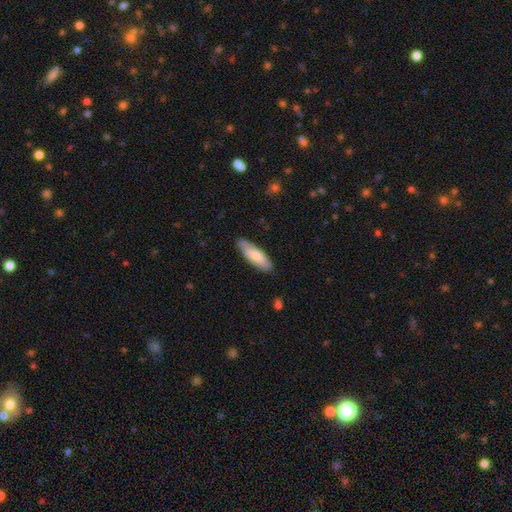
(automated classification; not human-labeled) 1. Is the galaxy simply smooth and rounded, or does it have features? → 74% smooth, 21% featured or disk, 5% star or artifact.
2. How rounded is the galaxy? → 60% in between, 39% cigar-shaped, 1% round.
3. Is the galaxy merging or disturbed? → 81% none, 15% minor disturbance, 2% major disturbance, 1% merger.